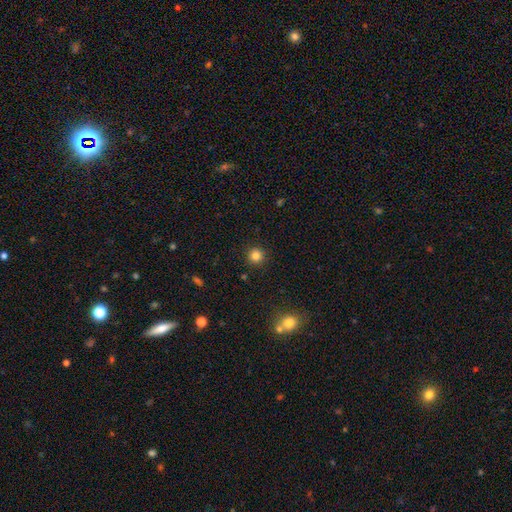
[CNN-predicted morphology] Smooth or featured: smooth — 83% (star or artifact — 12%)
How rounded: round — 95% (in between — 4%)
Merging: none — 92% (minor disturbance — 5%)